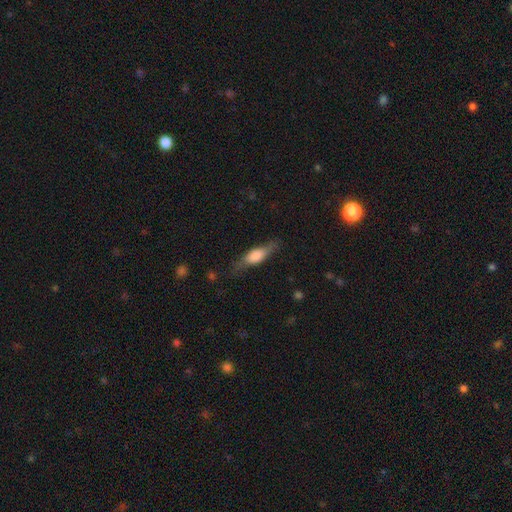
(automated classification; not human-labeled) smooth-or-featured: smooth: 56% | featured or disk: 37% | star or artifact: 7%
  how-rounded: in between: 49% | cigar-shaped: 48% | round: 3%
  merging: none: 69% | minor disturbance: 21% | major disturbance: 8% | merger: 2%